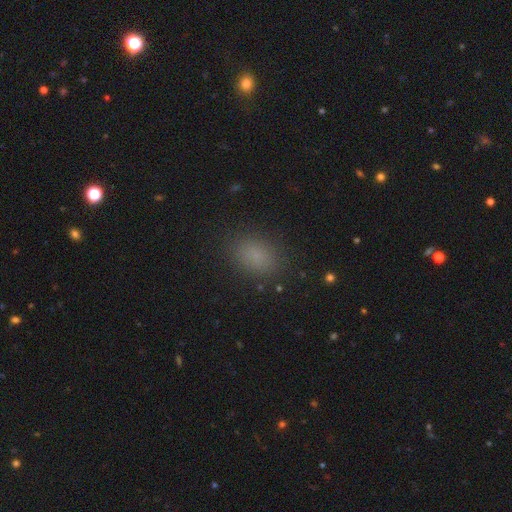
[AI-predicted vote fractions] Smooth or featured: smooth — 81% (star or artifact — 14%)
How rounded: in between — 75% (round — 24%)
Merging: none — 86% (minor disturbance — 10%)